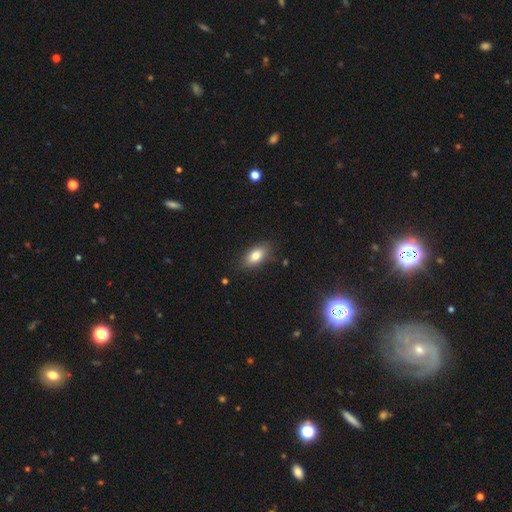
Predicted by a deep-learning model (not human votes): The model was most divided on "merging": none: 82%, minor disturbance: 14%, major disturbance: 3%, merger: 1%. More confident: how rounded — in between (88%); smooth or featured — smooth (81%).